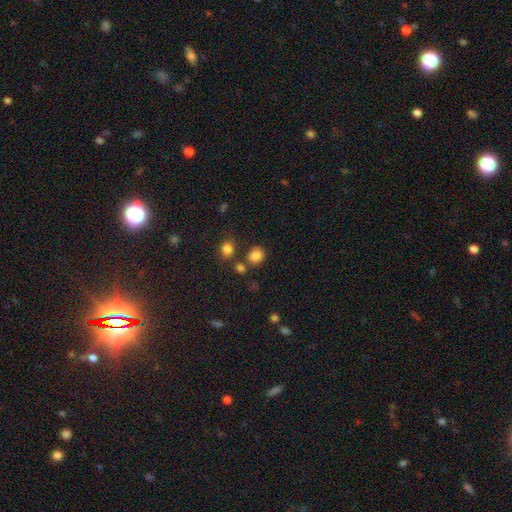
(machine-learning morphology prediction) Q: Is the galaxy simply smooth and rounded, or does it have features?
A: smooth — 83%.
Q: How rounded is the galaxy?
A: round — 68%.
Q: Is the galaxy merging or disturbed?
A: none — 75%.